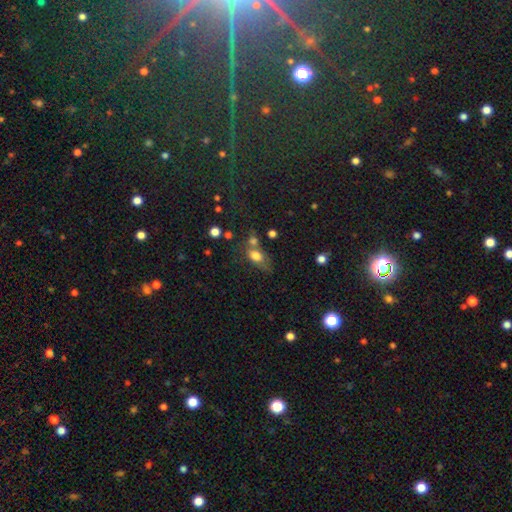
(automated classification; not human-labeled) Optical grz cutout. It shows a smooth galaxy with no disk features (76%) that is in between round and cigar-shaped (81%). Merging: none (39%).